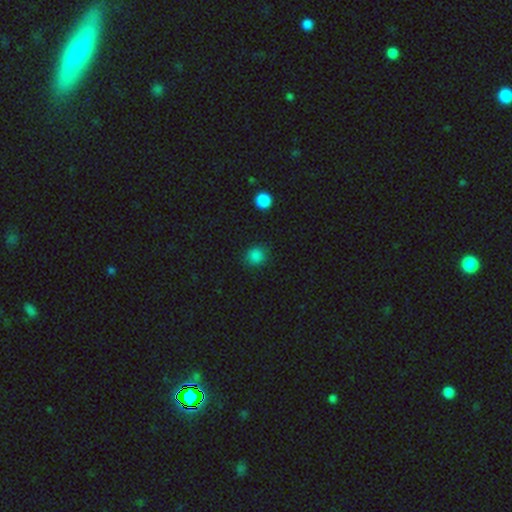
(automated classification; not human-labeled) Overall: smooth (84%). How rounded: round (87%). Merging: none (88%).